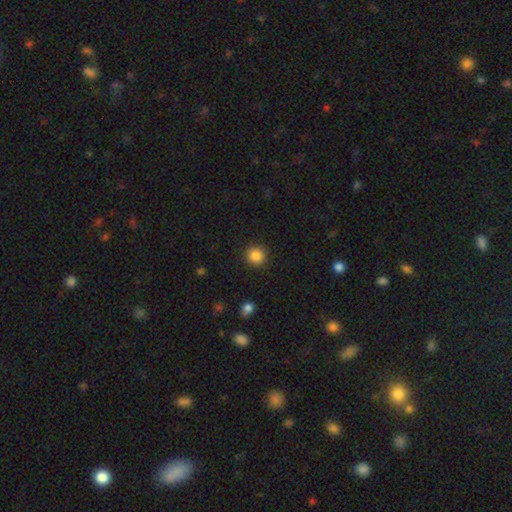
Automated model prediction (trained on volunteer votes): A smooth galaxy with no disk features (86%) that is round (92%). Merging: none (92%).